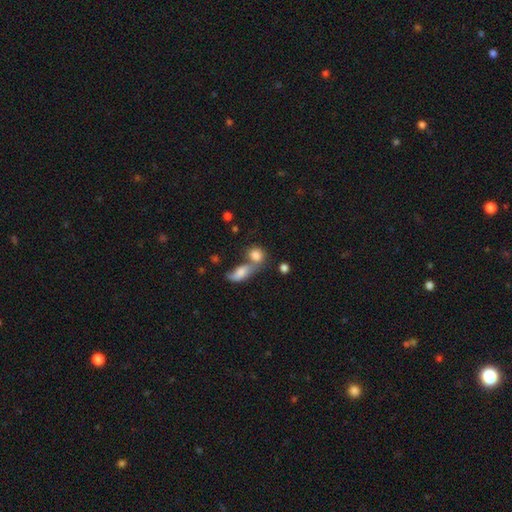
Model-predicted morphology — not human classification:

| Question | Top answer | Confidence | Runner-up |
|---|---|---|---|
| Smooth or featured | smooth | 81% | featured or disk (10%) |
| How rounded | round | 54% | in between (42%) |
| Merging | merger | 50% | none (34%) |